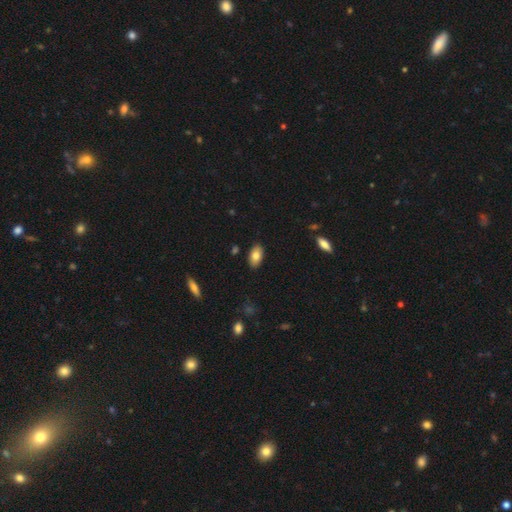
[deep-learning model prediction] A smooth galaxy with no disk features (80%) that is in between round and cigar-shaped (93%).

Vote fractions:
- Smooth or featured? smooth: 80% / featured or disk: 12% / star or artifact: 7%
- How rounded? in between: 93% / round: 4% / cigar-shaped: 3%
- Merging? none: 87% / minor disturbance: 9% / major disturbance: 2% / merger: 1%